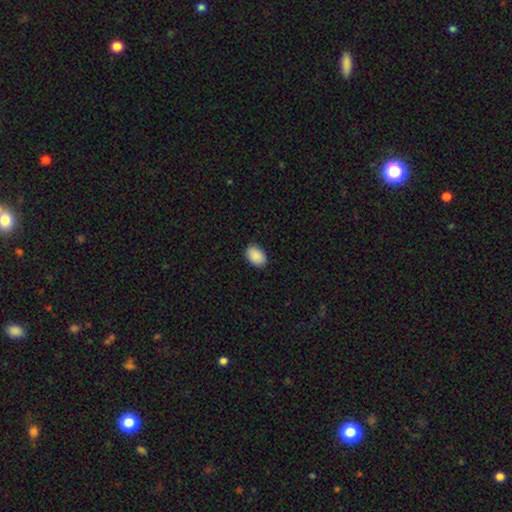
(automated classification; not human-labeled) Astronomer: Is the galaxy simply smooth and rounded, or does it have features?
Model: smooth — 91%.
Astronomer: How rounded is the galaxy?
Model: in between — 86%.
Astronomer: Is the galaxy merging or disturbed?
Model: none — 89%.